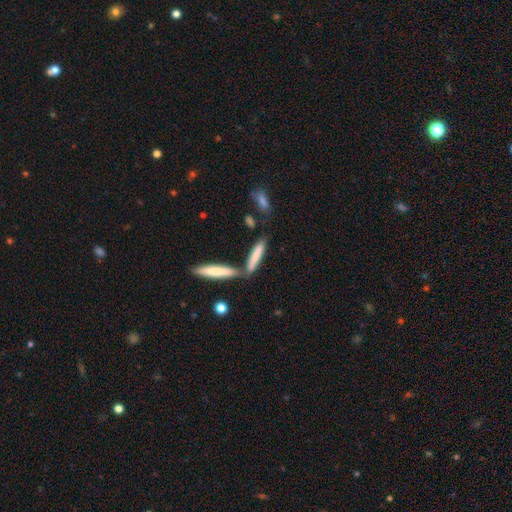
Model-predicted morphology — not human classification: A smooth galaxy with no disk features (75%) that is cigar-shaped (86%).

Vote fractions:
- Smooth or featured? smooth: 75% / featured or disk: 18% / star or artifact: 6%
- How rounded? cigar-shaped: 86% / in between: 13% / round: 1%
- Merging? none: 58% / merger: 27% / minor disturbance: 11% / major disturbance: 4%